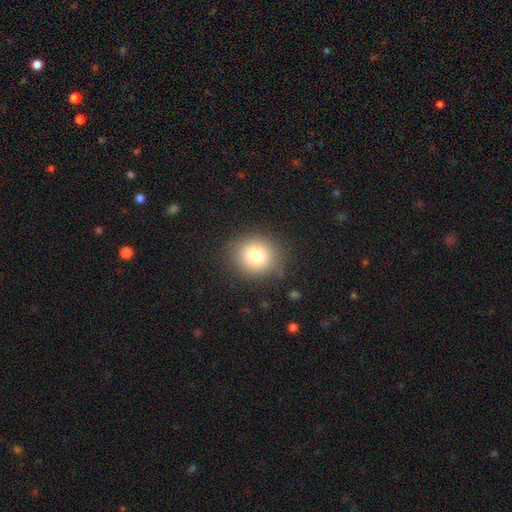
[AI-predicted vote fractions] Q: Smooth or featured?
A: smooth (80%); runner-up: star or artifact (11%)
Q: How rounded?
A: round (81%); runner-up: in between (18%)
Q: Merging?
A: none (85%); runner-up: minor disturbance (10%)